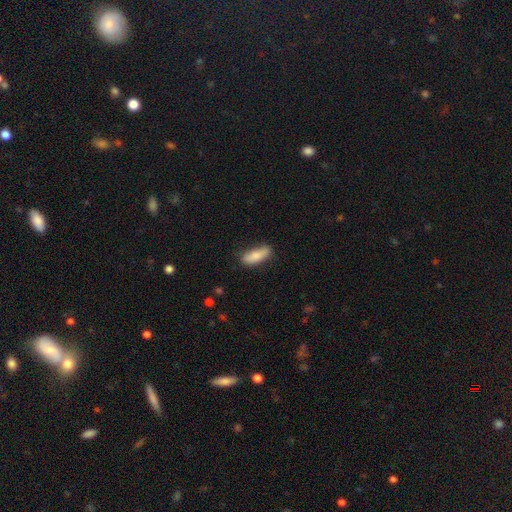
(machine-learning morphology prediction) Smooth or featured: smooth — 84% (featured or disk — 10%)
How rounded: in between — 63% (cigar-shaped — 35%)
Merging: none — 74% (minor disturbance — 20%)